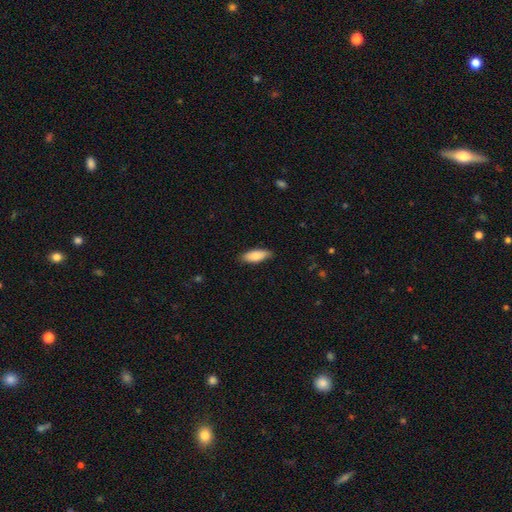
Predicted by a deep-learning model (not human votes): This appears to be a smooth galaxy with no disk features (84%) that is in between round and cigar-shaped (74%). Merging: none (83%).